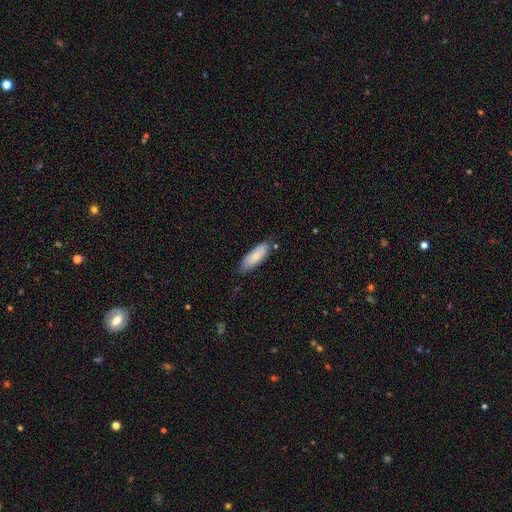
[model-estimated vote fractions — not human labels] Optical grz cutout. It shows a smooth galaxy with no disk features (78%) that is in between round and cigar-shaped (65%). Merging: none (70%).